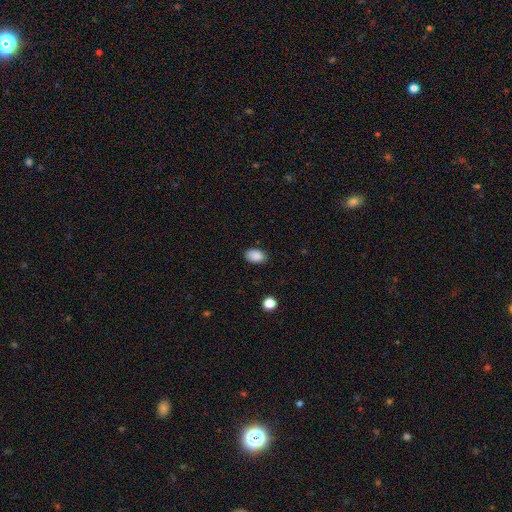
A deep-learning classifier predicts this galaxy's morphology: smooth 88%, star or artifact 8%, featured or disk 4%. Down the decision tree: how rounded — in between (89%); merging — none (84%).